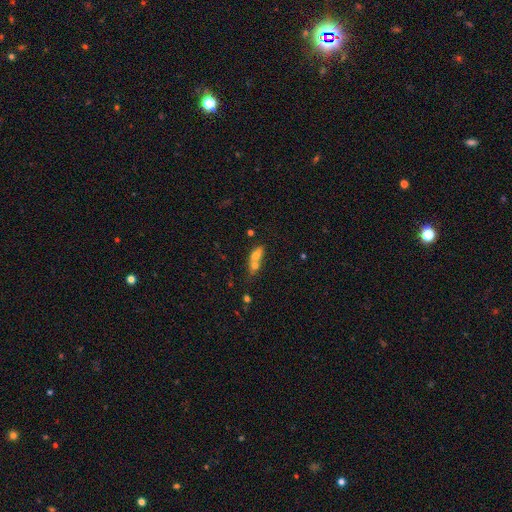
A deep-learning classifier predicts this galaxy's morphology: Q: Smooth or featured?
A: smooth (65%); runner-up: featured or disk (24%)
Q: How rounded?
A: in between (61%); runner-up: round (26%)
Q: Merging?
A: merger (69%); runner-up: none (20%)